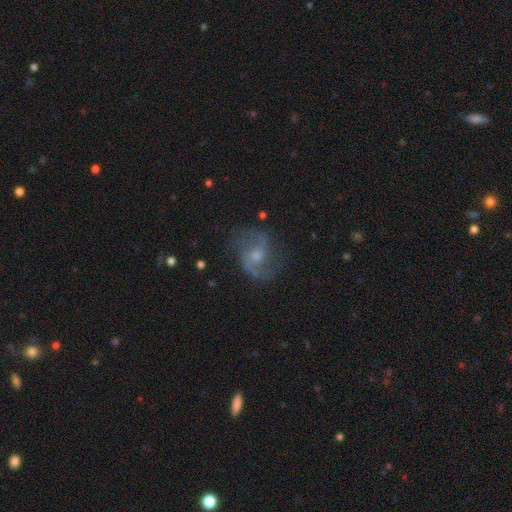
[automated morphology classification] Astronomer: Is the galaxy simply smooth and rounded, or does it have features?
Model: featured or disk — 83%.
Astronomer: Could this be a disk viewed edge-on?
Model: no — 98%.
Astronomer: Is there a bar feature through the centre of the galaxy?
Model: no — 49% (runner-up: weak, 43%).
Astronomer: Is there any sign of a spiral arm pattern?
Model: yes — 95%.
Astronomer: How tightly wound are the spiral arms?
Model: medium — 53% (runner-up: loose, 35%).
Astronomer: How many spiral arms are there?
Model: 2 — 89%.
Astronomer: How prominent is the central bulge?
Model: moderate — 49% (runner-up: small, 40%).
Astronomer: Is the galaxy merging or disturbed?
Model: none — 74%.